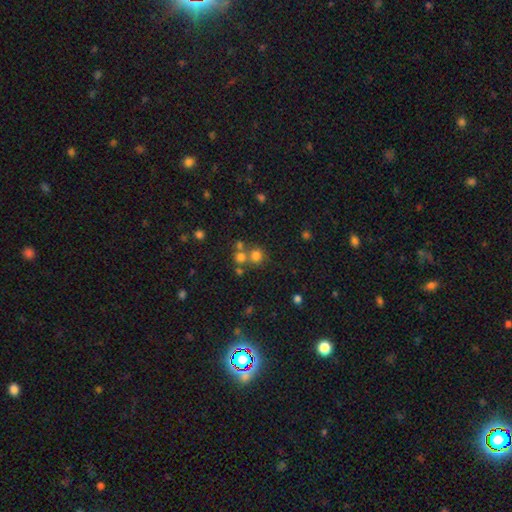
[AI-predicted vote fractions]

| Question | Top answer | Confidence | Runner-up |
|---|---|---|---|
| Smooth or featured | smooth | 71% | star or artifact (19%) |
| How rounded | round | 88% | in between (11%) |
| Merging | none | 58% | merger (31%) |